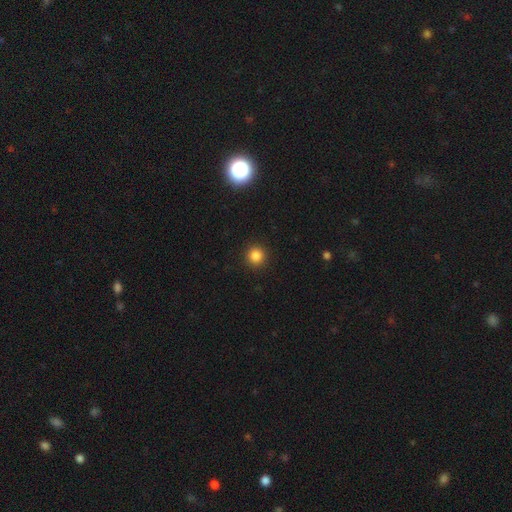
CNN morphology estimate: A smooth galaxy with no disk features (84%) that is round (94%). Merging: none (92%).